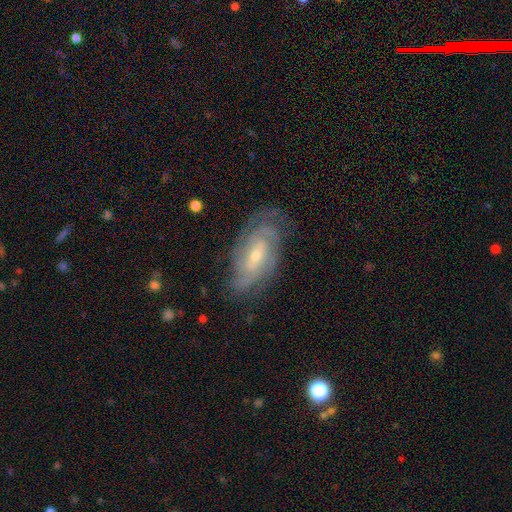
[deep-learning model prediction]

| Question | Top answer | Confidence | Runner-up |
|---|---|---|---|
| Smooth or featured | featured or disk | 85% | smooth (9%) |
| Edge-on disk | no | 94% | yes (6%) |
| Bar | no | 42% | tied: weak (42%) |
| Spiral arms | yes | 96% | no (4%) |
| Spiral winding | tight | 64% | medium (29%) |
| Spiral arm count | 2 | 32% | can't tell (29%) |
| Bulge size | small | 61% | moderate (36%) |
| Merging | none | 74% | minor disturbance (18%) |